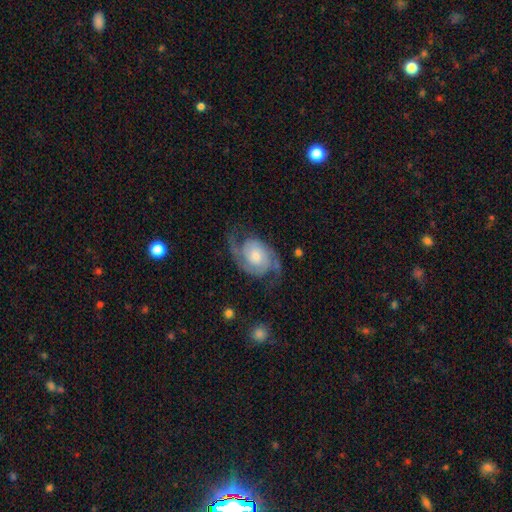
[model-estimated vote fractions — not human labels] A featured or disk galaxy (88%) with no bar (70%), 2 (92%) medium (51%) spiral arms (97%) and a moderate central bulge (48%).

Vote fractions:
- Smooth or featured? featured or disk: 88% / smooth: 7% / star or artifact: 5%
- Edge-on disk? no: 98% / yes: 2%
- Bar? no: 70% / weak: 24% / strong: 5%
- Spiral arms? yes: 97% / no: 3%
- Spiral winding? medium: 51% / tight: 28% / loose: 21%
- Spiral arm count? 2: 92% / can't tell: 3% / 3: 2% / 1: 2% / 4: 1% / more than 4: 1%
- Bulge size? moderate: 48% / small: 35% / large: 11% / none: 4% / dominant: 2%
- Merging? none: 72% / minor disturbance: 17% / major disturbance: 10% / merger: 1%